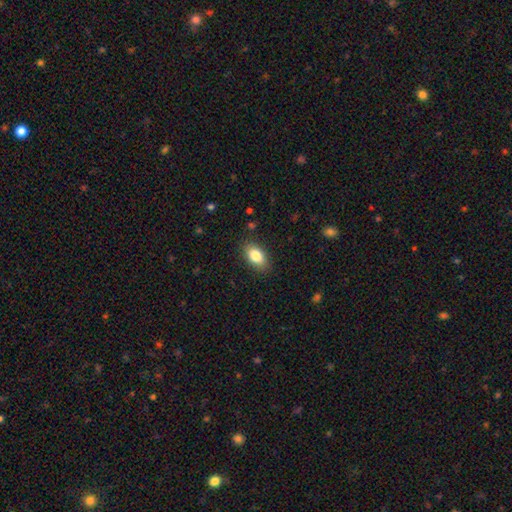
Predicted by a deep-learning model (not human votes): Overall: smooth (84%). How rounded: in between (91%). Merging: none (86%).